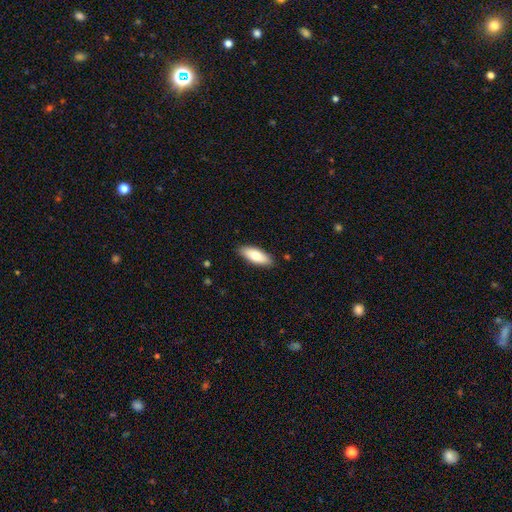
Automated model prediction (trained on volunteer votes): Morphology: type=smooth (78%); roundness=in between (77%); merging=none (88%).